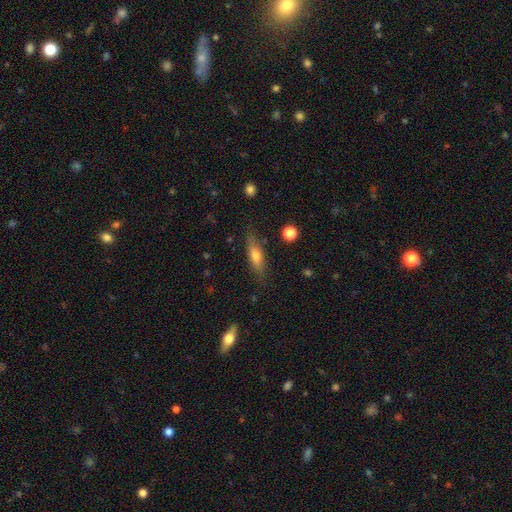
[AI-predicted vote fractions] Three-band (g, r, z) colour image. It shows a smooth galaxy with no disk features (63%) that is cigar-shaped (56%). Merging: none (78%).